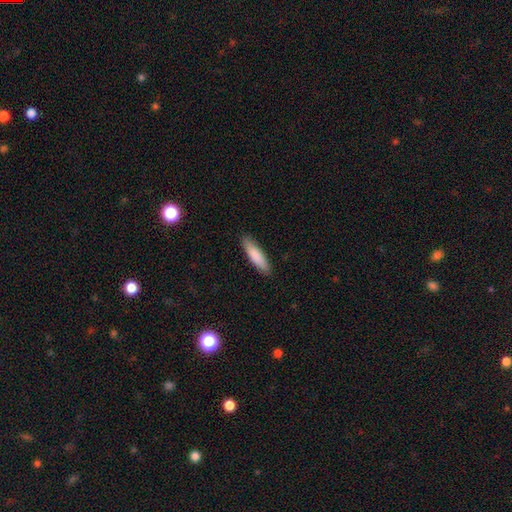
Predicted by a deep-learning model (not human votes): The model was most divided on "how rounded": cigar-shaped: 69%, in between: 30%, round: 1%. More confident: merging — none (88%); smooth or featured — smooth (85%).